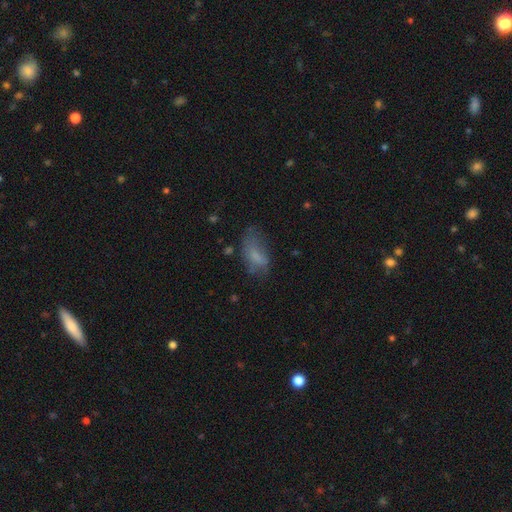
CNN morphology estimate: smooth-or-featured: smooth: 65% | featured or disk: 23% | star or artifact: 11%
  how-rounded: in between: 87% | cigar-shaped: 8% | round: 4%
  merging: none: 42% | minor disturbance: 29% | major disturbance: 26% | merger: 3%